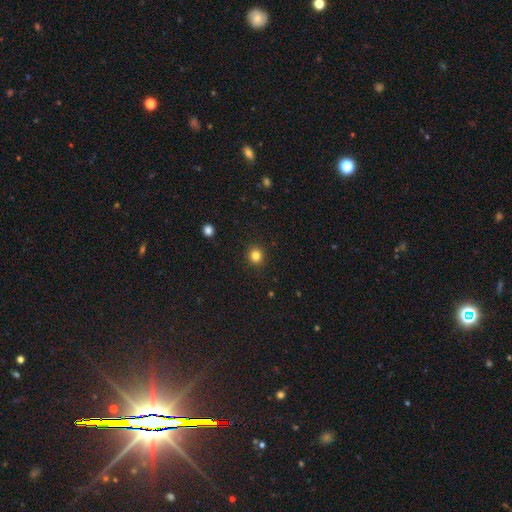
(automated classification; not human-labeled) smooth-or-featured: smooth: 83% | star or artifact: 13% | featured or disk: 5%
  how-rounded: round: 91% | in between: 8% | cigar-shaped: 1%
  merging: none: 92% | minor disturbance: 5% | major disturbance: 2% | merger: 1%